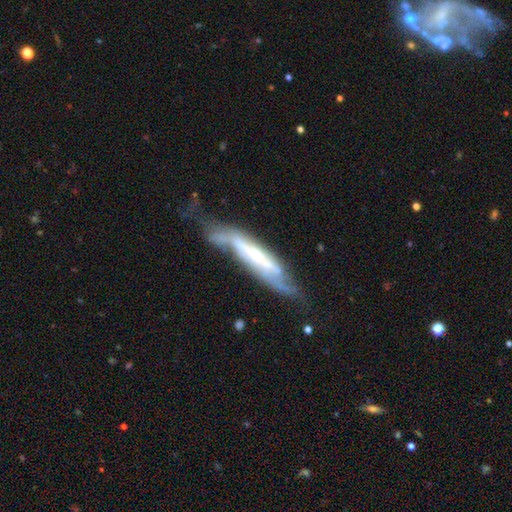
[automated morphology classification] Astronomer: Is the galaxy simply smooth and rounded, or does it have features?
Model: featured or disk — 78%.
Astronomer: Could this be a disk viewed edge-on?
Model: no — 56% (runner-up: yes, 44%).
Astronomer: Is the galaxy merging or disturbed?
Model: none — 42% (runner-up: minor disturbance, 27%).